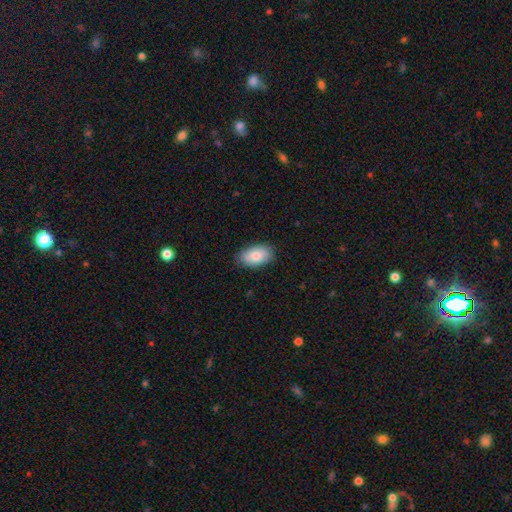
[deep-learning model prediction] This appears to be a smooth galaxy with no disk features (83%) that is in between round and cigar-shaped (93%). Merging: none (83%).